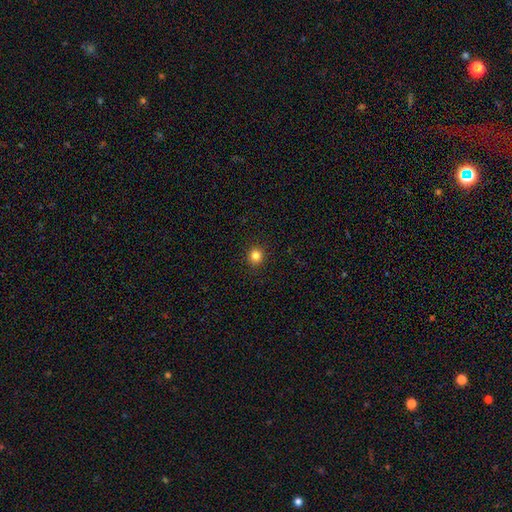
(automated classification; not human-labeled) smooth-or-featured: smooth: 82% | star or artifact: 13% | featured or disk: 5%
  how-rounded: round: 93% | in between: 6% | cigar-shaped: 1%
  merging: none: 93% | minor disturbance: 5% | major disturbance: 2% | merger: 1%